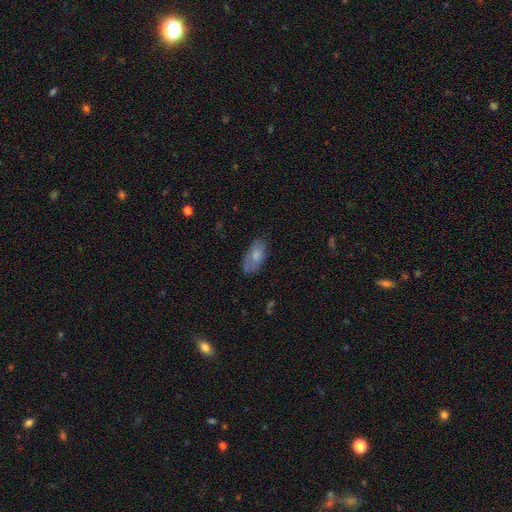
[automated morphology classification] Smooth or featured? smooth (73%)
How rounded? in between (92%)
Merging? none (65%)